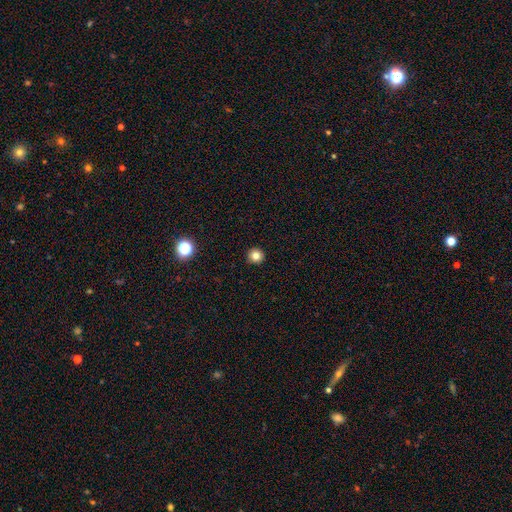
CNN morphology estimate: smooth 81%, star or artifact 13%, featured or disk 7%. Down the decision tree: how rounded — round (96%); merging — none (93%).